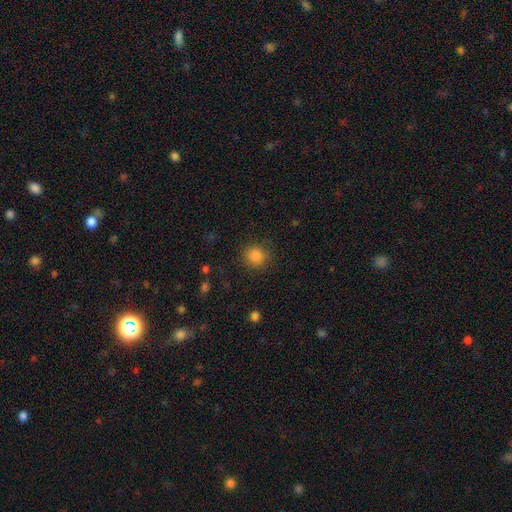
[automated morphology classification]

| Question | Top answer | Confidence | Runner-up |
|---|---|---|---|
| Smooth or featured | smooth | 85% | star or artifact (12%) |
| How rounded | round | 89% | in between (10%) |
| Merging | none | 88% | minor disturbance (8%) |